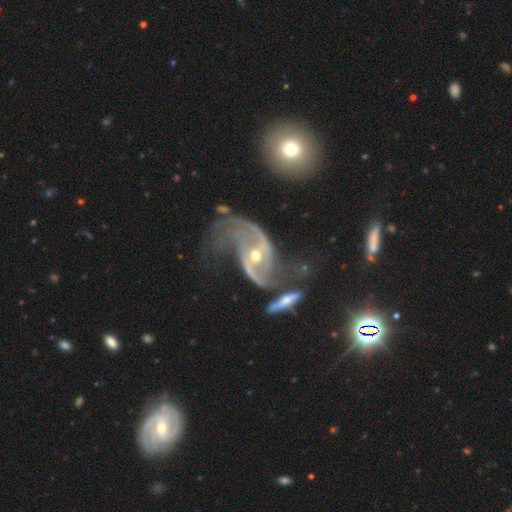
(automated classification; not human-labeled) Smooth or featured? featured or disk (90%)
Edge-on disk? no (95%)
Bar? no (38%)
Spiral arms? yes (95%)
Spiral winding? loose (61%)
Spiral arm count? 2 (88%)
Bulge size? moderate (59%)
Merging? none (33%)